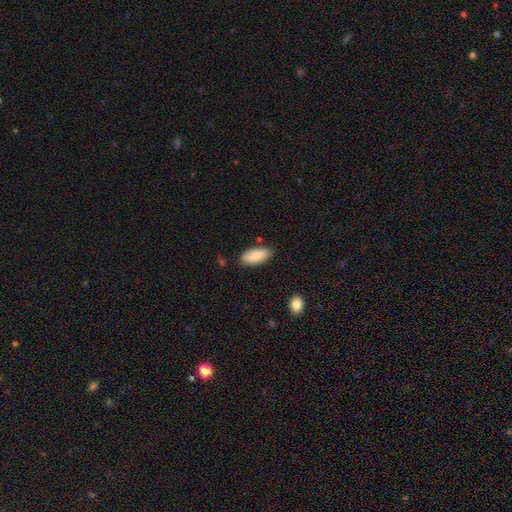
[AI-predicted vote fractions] A smooth galaxy with no disk features (83%) that is in between round and cigar-shaped (86%). Merging: none (82%).